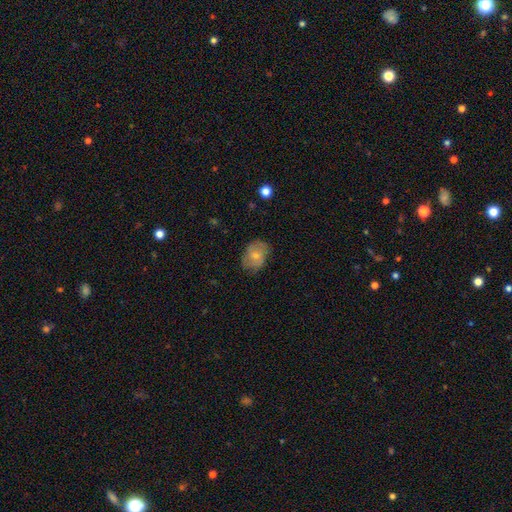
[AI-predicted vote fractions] Smooth or featured?
  - smooth: 65% *
  - featured or disk: 27%
  - star or artifact: 7%
How rounded?
  - in between: 67% *
  - round: 32%
  - cigar-shaped: 1%
Merging?
  - none: 70% *
  - minor disturbance: 22%
  - major disturbance: 6%
  - merger: 1%